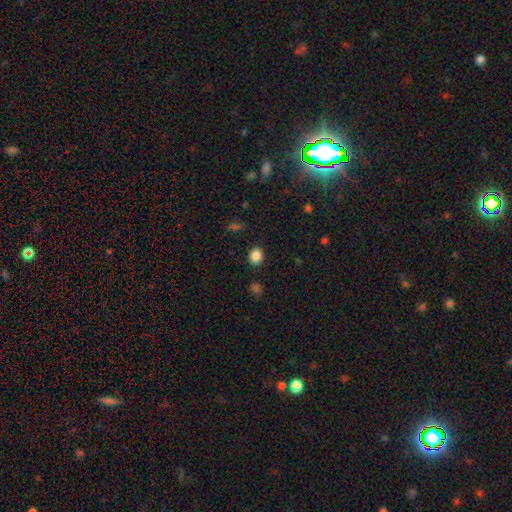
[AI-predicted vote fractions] Overall: smooth (86%). How rounded: round (62%; in between 37%). Merging: none (89%).